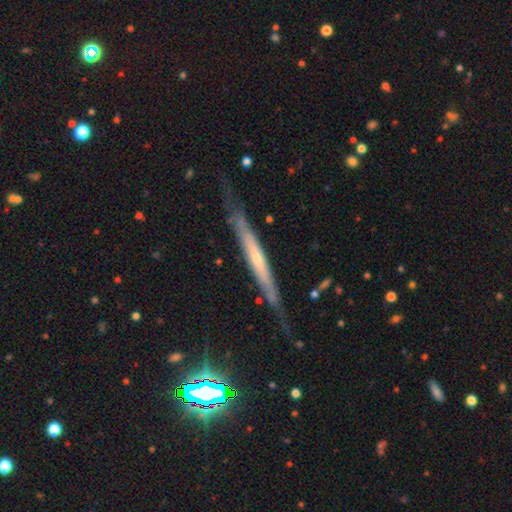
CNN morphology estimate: Overall: featured or disk (73%). Edge-on disk: yes (86%). Edge-on bulge: none (50%; rounded 44%). Merging: none (71%).